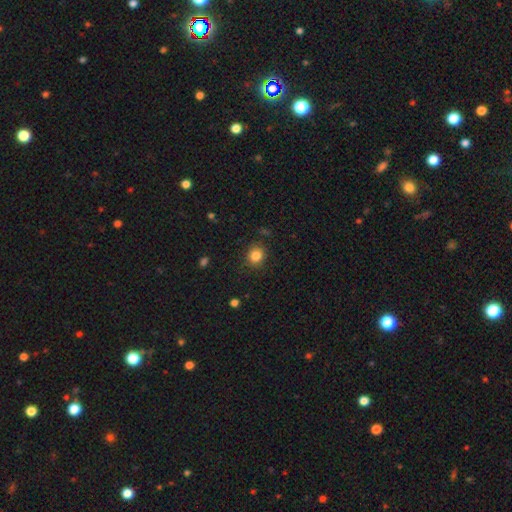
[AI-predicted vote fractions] This is clearly a smooth galaxy (83%). How rounded: clearly round (82%). Merging: clearly none (86%).